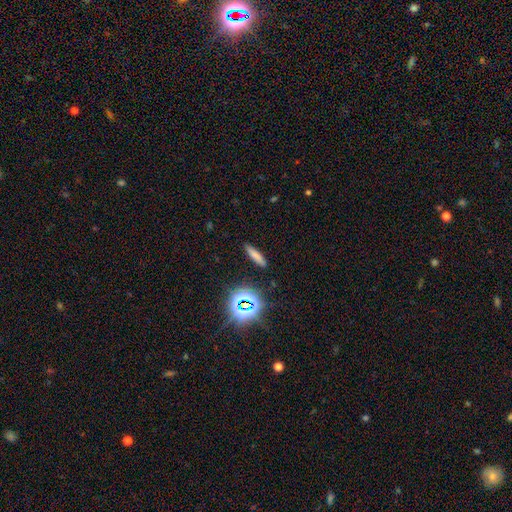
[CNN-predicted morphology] type=smooth (70%); roundness=cigar-shaped (79%); merging=none (88%).